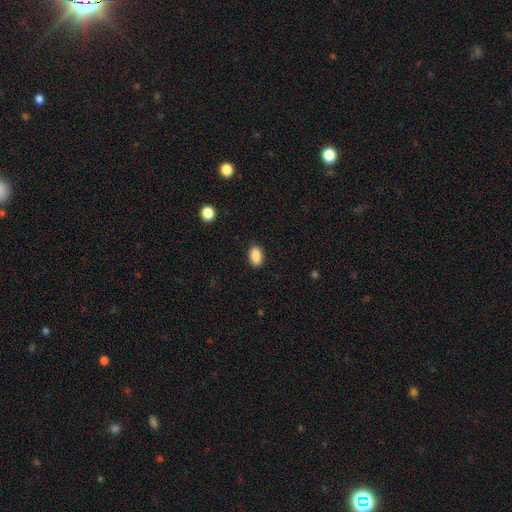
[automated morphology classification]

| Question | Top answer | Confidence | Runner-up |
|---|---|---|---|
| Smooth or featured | smooth | 89% | star or artifact (8%) |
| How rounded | in between | 90% | round (8%) |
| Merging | none | 89% | minor disturbance (8%) |